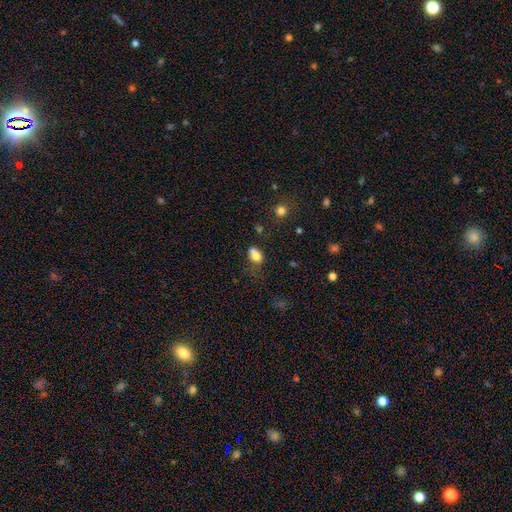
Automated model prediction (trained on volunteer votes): Smooth or featured: smooth — 75% (featured or disk — 13%)
How rounded: in between — 60% (round — 38%)
Merging: merger — 37% (none — 31%)